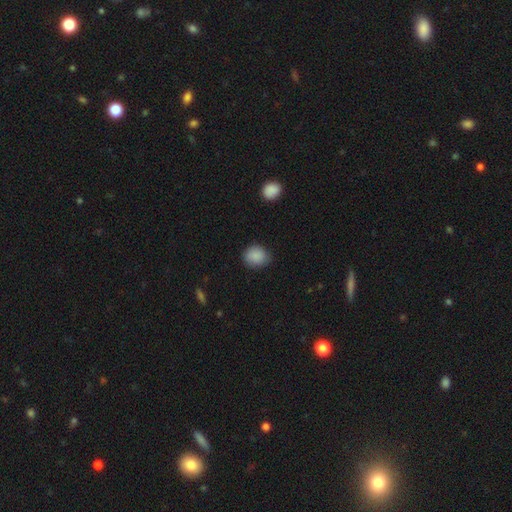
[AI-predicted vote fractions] Q: Smooth or featured?
A: smooth (88%); runner-up: star or artifact (8%)
Q: How rounded?
A: round (66%); runner-up: in between (33%)
Q: Merging?
A: none (81%); runner-up: minor disturbance (15%)